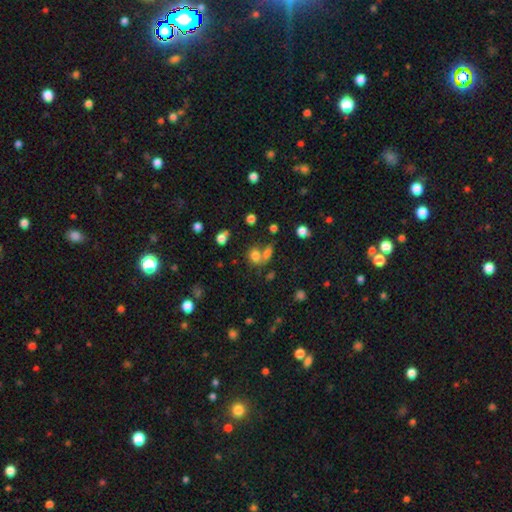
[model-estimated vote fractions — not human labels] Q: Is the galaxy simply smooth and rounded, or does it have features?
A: smooth — 72%.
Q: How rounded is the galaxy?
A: in between — 55%.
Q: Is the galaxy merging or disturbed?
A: merger — 45%.